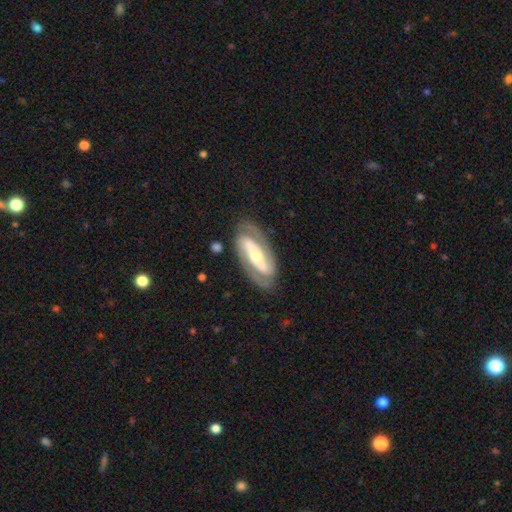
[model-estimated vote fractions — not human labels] Smooth or featured?
  - featured or disk: 83% *
  - smooth: 13%
  - star or artifact: 4%
Edge-on disk?
  - no: 91% *
  - yes: 9%
Bar?
  - strong: 66% *
  - weak: 18%
  - no: 16%
Spiral arms?
  - yes: 88% *
  - no: 12%
Spiral winding?
  - medium: 42% *
  - tight: 40%
  - loose: 19%
Spiral arm count?
  - 2: 89% *
  - can't tell: 6%
  - 1: 3%
  - 3: 1%
  - 4: 1%
  - more than 4: 1%
Bulge size?
  - moderate: 55% *
  - small: 37%
  - large: 6%
  - dominant: 1%
  - none: 1%
Merging?
  - none: 81% *
  - minor disturbance: 12%
  - major disturbance: 5%
  - merger: 2%